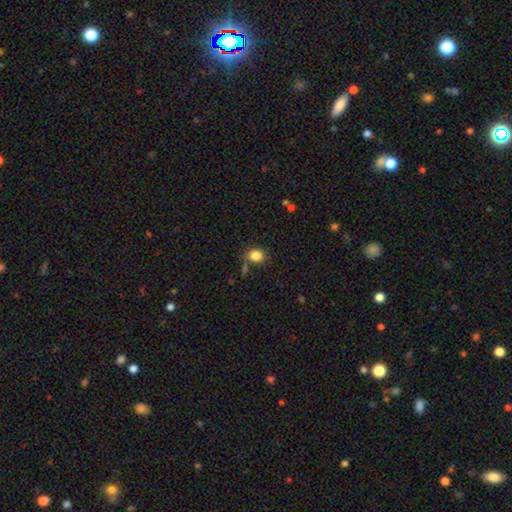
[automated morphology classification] smooth 84%, star or artifact 10%, featured or disk 6%. Down the decision tree: how rounded — round (59%); merging — none (70%).